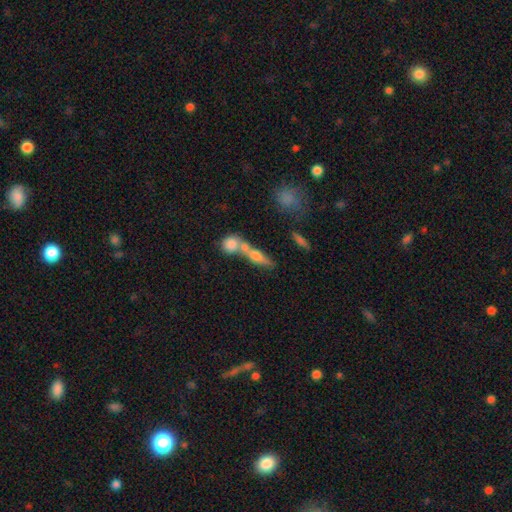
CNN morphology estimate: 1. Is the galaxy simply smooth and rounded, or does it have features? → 59% smooth, 32% featured or disk, 9% star or artifact.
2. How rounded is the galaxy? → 50% cigar-shaped, 38% in between, 12% round.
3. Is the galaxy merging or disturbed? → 50% merger, 35% none, 9% minor disturbance, 5% major disturbance.